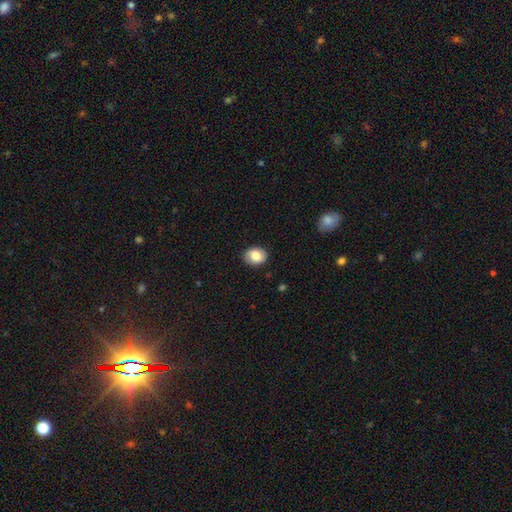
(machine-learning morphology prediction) The model was most divided on "how rounded": in between: 56%, round: 43%, cigar-shaped: 1%. More confident: merging — none (85%); smooth or featured — smooth (78%).